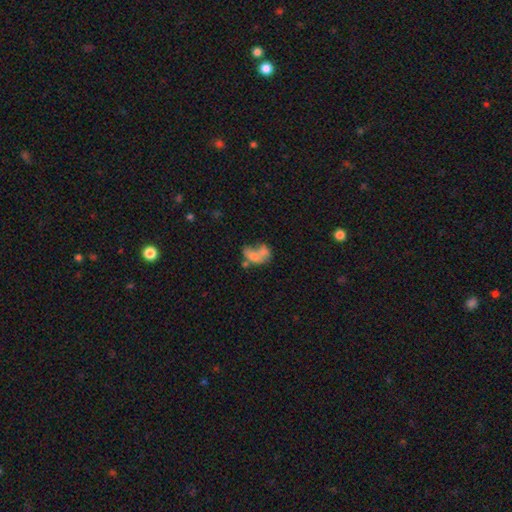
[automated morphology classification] Q: Smooth or featured?
A: smooth (58%); runner-up: featured or disk (31%)
Q: How rounded?
A: in between (75%); runner-up: round (22%)
Q: Merging?
A: merger (60%); runner-up: none (17%)